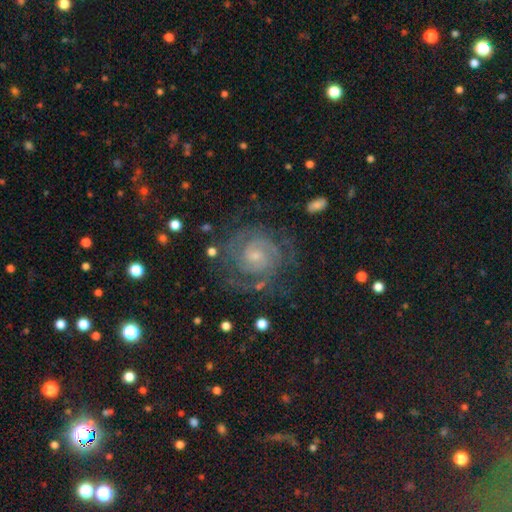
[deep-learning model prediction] Morphology: type=featured or disk (83%); edge-on=no (98%); bar=no (60%); spiral arms=yes (95%); winding=tight (67%); arm count=2 (42%); bulge=small (68%); merging=none (73%).